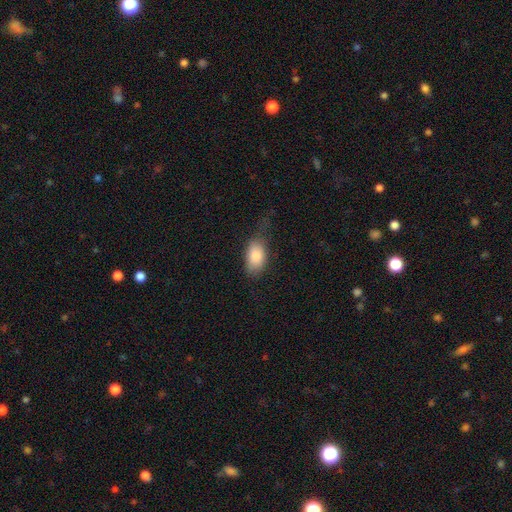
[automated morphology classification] smooth 85%, featured or disk 8%, star or artifact 7%. Down the decision tree: how rounded — in between (91%); merging — none (48%).